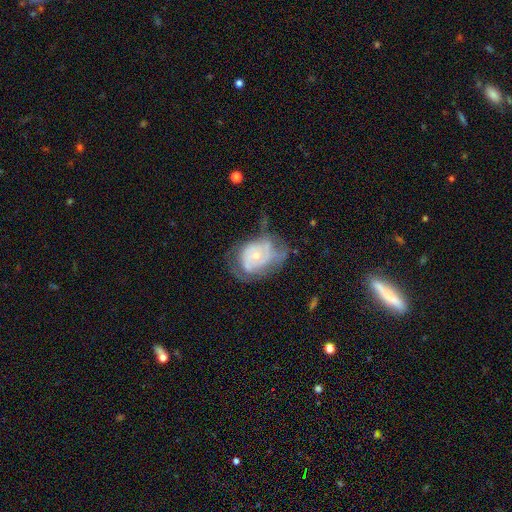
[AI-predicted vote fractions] smooth-or-featured: featured or disk: 67% | smooth: 26% | star or artifact: 7%
  disk-edge-on: no: 97% | yes: 3%
    bar: no: 83% | weak: 14% | strong: 3%
    has-spiral-arms: yes: 65% | no: 35%
    bulge-size: small: 62% | moderate: 33% | large: 2% | none: 2% | dominant: 1%
  merging: none: 35% | major disturbance: 33% | minor disturbance: 29% | merger: 4%